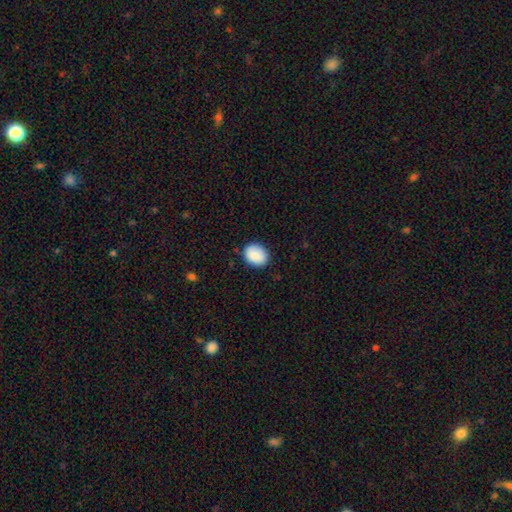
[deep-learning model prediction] Smooth or featured: smooth — 88% (star or artifact — 7%)
How rounded: round — 50% (in between — 49%)
Merging: none — 85% (minor disturbance — 11%)